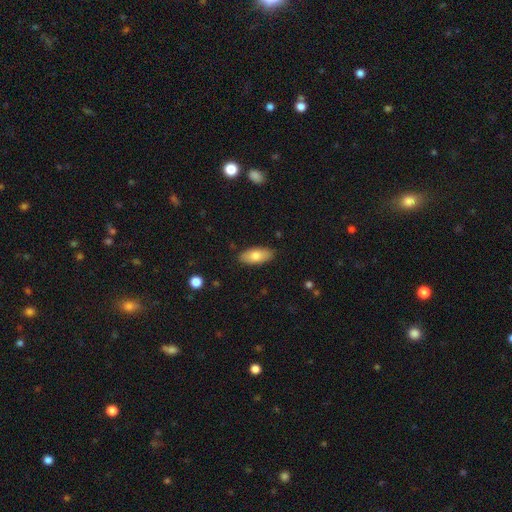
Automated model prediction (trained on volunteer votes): Smooth or featured? Predicted: smooth (p=0.77). How rounded? Predicted: in between (p=0.87). Merging? Predicted: none (p=0.87).